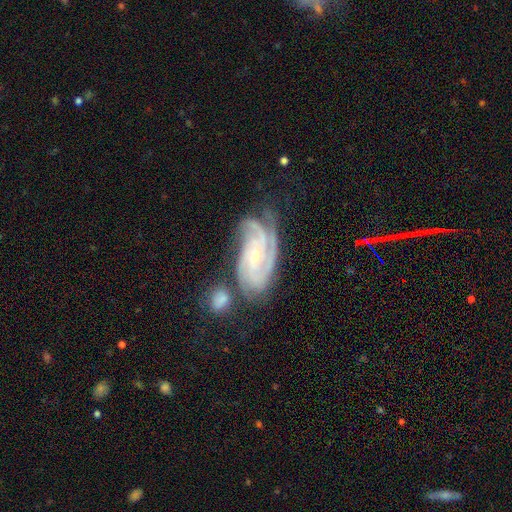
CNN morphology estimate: A featured or disk galaxy (89%) with no bar (61%), 3 (43%) tight (69%) spiral arms (98%) and a small central bulge (59%).

Vote fractions:
- Smooth or featured? featured or disk: 89% / star or artifact: 6% / smooth: 5%
- Edge-on disk? no: 96% / yes: 4%
- Bar? no: 61% / weak: 27% / strong: 12%
- Spiral arms? yes: 98% / no: 2%
- Spiral winding? tight: 69% / medium: 27% / loose: 5%
- Spiral arm count? 3: 43% / 4: 23% / 2: 12% / can't tell: 12% / more than 4: 5% / 1: 4%
- Bulge size? small: 59% / moderate: 39% / large: 1% / none: 1% / dominant: 1%
- Merging? none: 57% / minor disturbance: 22% / merger: 11% / major disturbance: 10%